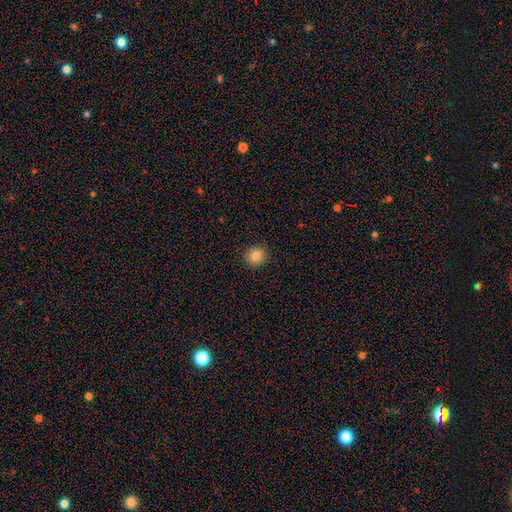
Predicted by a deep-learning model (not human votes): This appears to be a smooth galaxy with no disk features (85%) that is round (85%). Merging: none (91%).